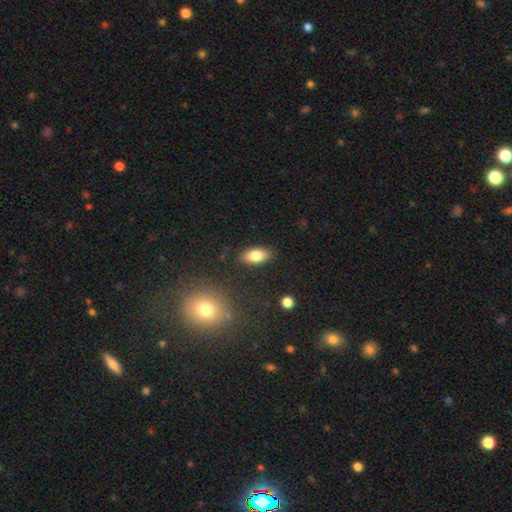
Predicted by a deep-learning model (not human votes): Smooth or featured? Predicted: smooth (p=0.81). How rounded? Predicted: in between (p=0.89). Merging? Predicted: none (p=0.86).